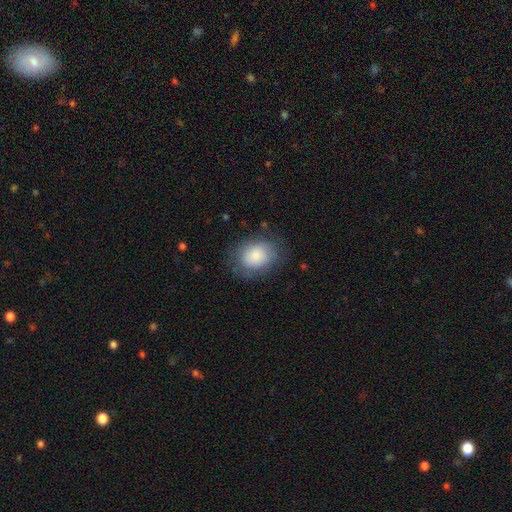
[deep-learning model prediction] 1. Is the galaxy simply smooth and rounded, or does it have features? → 82% smooth, 11% featured or disk, 7% star or artifact.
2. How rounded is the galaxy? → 56% in between, 43% round, 1% cigar-shaped.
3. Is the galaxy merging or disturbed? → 73% none, 18% minor disturbance, 8% major disturbance, 1% merger.